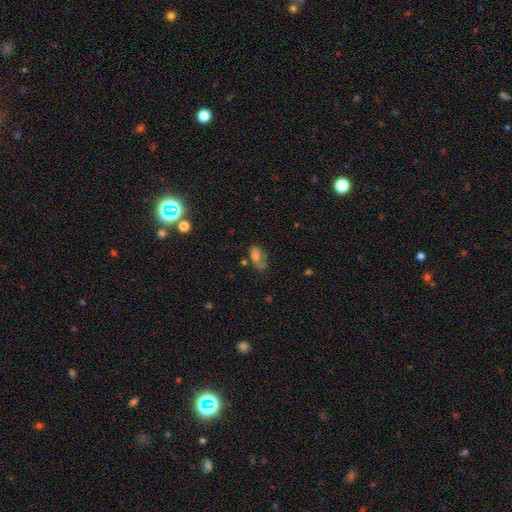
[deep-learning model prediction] smooth_or_featured: smooth (p=0.56) [alt: featured or disk p=0.31]
how_rounded: in between (p=0.88) [alt: round p=0.09]
merging: none (p=0.42) [alt: minor disturbance p=0.28]